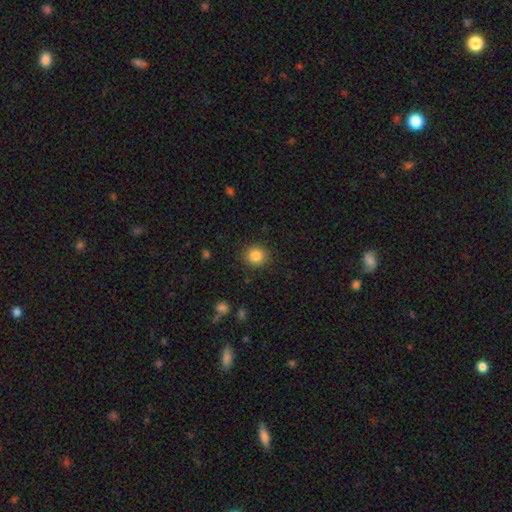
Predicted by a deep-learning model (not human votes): smooth_or_featured: smooth (p=0.85) [alt: star or artifact p=0.10]
how_rounded: round (p=0.86) [alt: in between p=0.13]
merging: none (p=0.90) [alt: minor disturbance p=0.07]